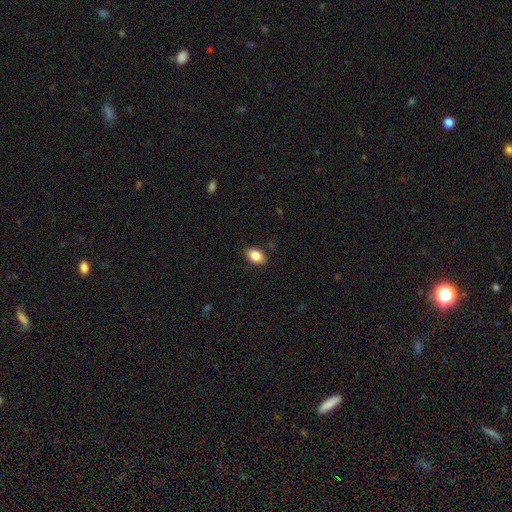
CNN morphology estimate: smooth_or_featured: smooth (p=0.84) [alt: featured or disk p=0.08]
how_rounded: in between (p=0.89) [alt: round p=0.09]
merging: none (p=0.88) [alt: minor disturbance p=0.09]